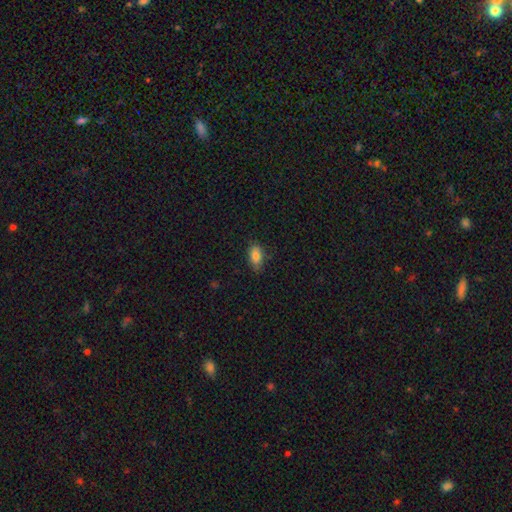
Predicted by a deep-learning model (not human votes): The model was most divided on "merging": none: 80%, minor disturbance: 16%, major disturbance: 3%, merger: 1%. More confident: how rounded — in between (90%); smooth or featured — smooth (84%).